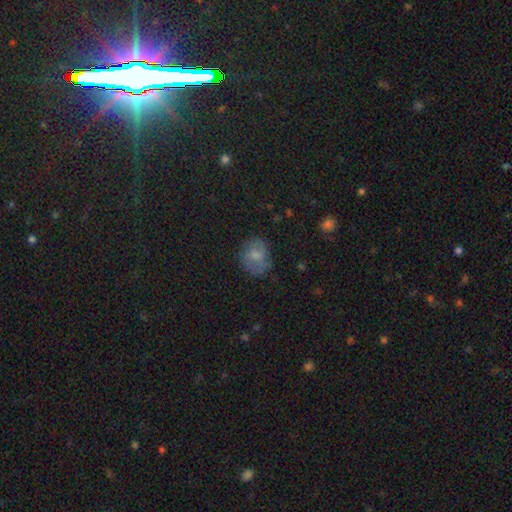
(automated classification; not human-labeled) smooth_or_featured: smooth (p=0.61) [alt: featured or disk p=0.29]
how_rounded: round (p=0.57) [alt: in between p=0.42]
merging: none (p=0.64) [alt: minor disturbance p=0.23]